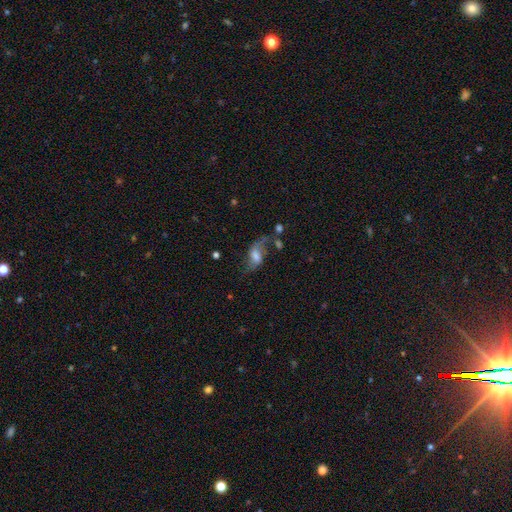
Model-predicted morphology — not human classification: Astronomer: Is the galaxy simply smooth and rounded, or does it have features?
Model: featured or disk — 60%.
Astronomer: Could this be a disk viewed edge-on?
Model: no — 93%.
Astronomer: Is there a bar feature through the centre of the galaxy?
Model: weak — 49% (runner-up: no, 33%).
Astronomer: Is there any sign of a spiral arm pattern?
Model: yes — 84%.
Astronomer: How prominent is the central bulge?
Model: moderate — 41% (runner-up: small, 25%).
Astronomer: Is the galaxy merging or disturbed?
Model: none — 44% (runner-up: major disturbance, 24%).